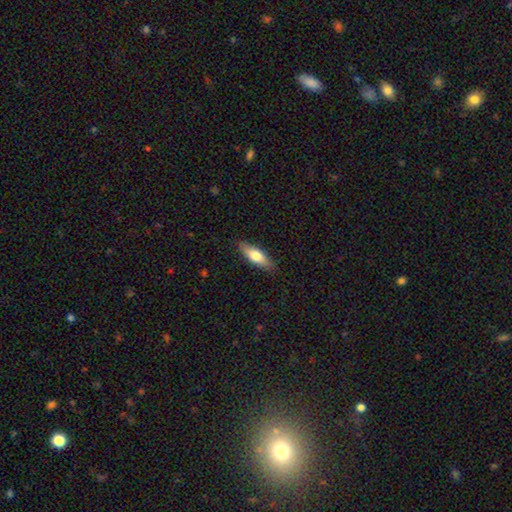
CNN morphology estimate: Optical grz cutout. It shows a smooth galaxy with no disk features (69%) that is in between round and cigar-shaped (58%). Merging: none (87%).